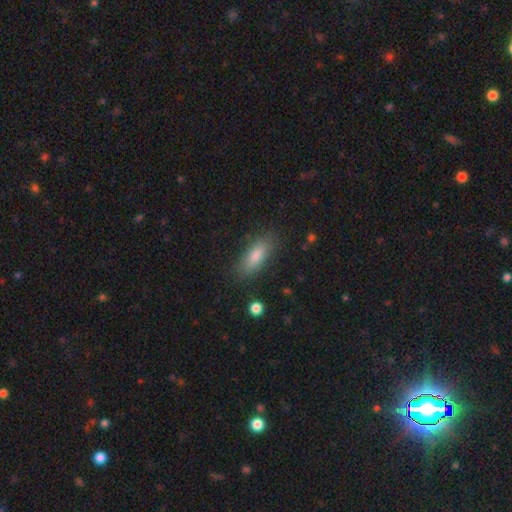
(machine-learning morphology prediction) smooth_or_featured: smooth (p=0.79) [alt: featured or disk p=0.13]
how_rounded: in between (p=0.70) [alt: cigar-shaped p=0.27]
merging: none (p=0.84) [alt: minor disturbance p=0.12]